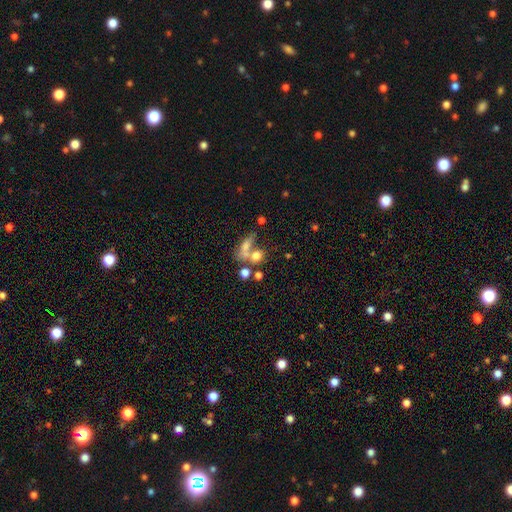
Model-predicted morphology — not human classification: smooth 64%, featured or disk 21%, star or artifact 15%. Down the decision tree: how rounded — in between (46%); merging — merger (47%).